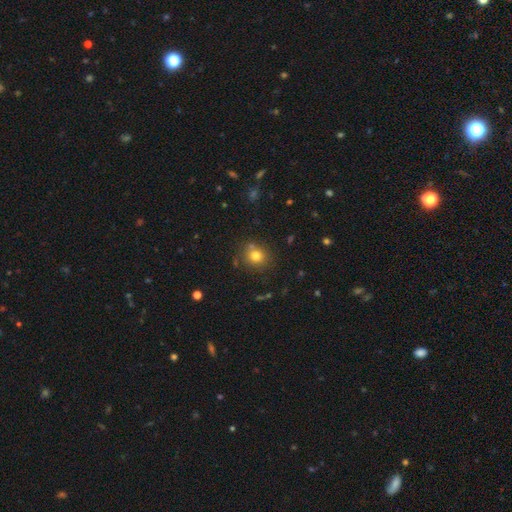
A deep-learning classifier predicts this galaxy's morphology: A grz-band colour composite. It shows a smooth galaxy with no disk features (77%) that is round (85%). Merging: none (77%).